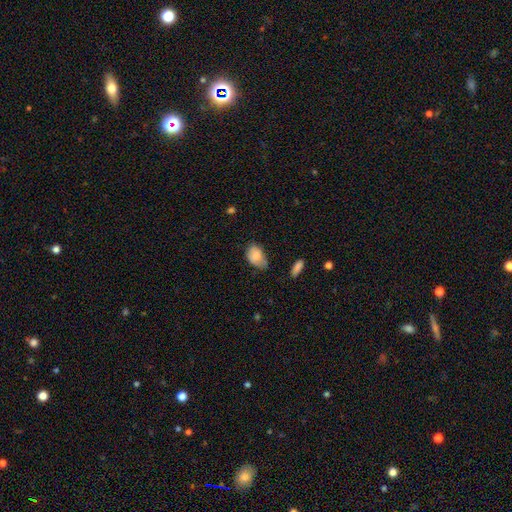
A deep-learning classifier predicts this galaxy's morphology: The model was most divided on "merging": none: 46%, minor disturbance: 40%, major disturbance: 10%, merger: 3%. More confident: how rounded — in between (87%); smooth or featured — smooth (82%).